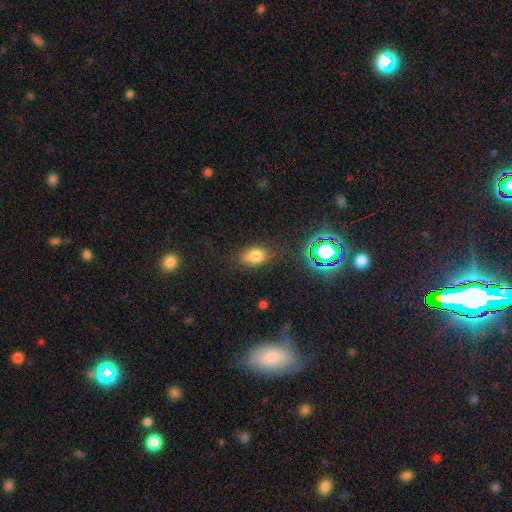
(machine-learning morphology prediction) This is likely a smooth galaxy (75%). How rounded: clearly in between (81%). Merging: likely none (74%).